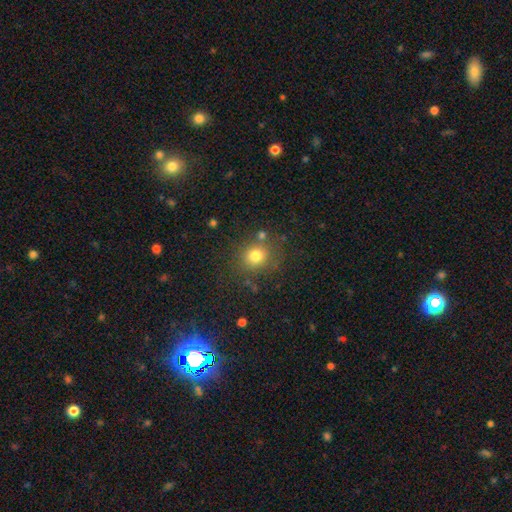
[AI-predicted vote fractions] Smooth or featured? Predicted: smooth (p=0.77). How rounded? Predicted: round (p=0.82). Merging? Predicted: none (p=0.77).